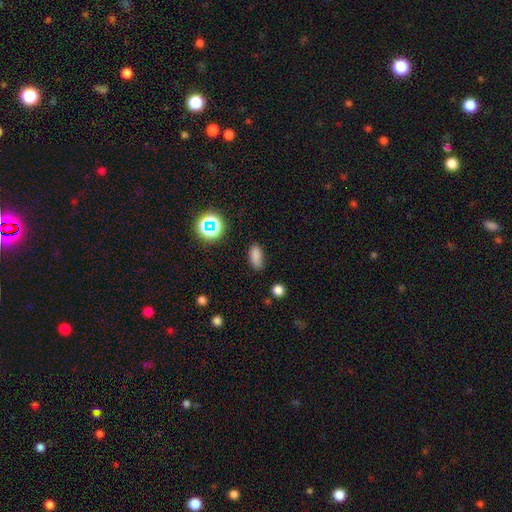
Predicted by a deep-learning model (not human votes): The model was most divided on "merging": none: 78%, minor disturbance: 15%, major disturbance: 4%, merger: 2%. More confident: how rounded — in between (84%); smooth or featured — smooth (79%).